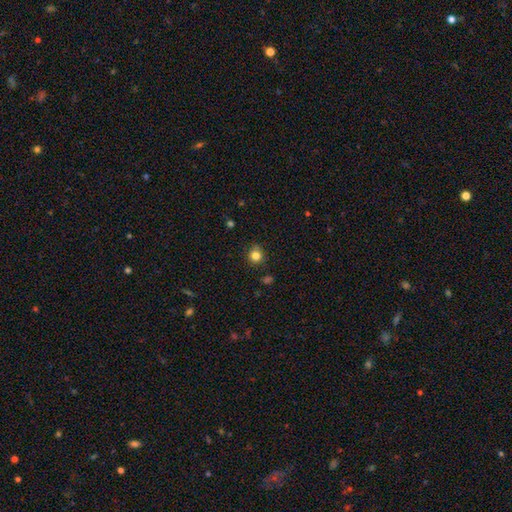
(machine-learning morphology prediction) This appears to be a smooth galaxy with no disk features (81%) that is round (91%). Merging: none (85%).